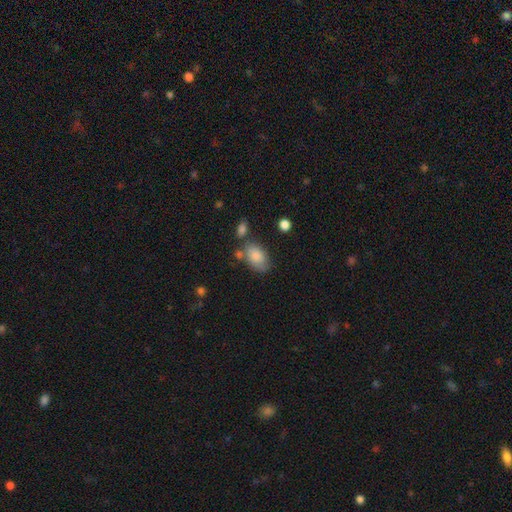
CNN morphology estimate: type=smooth (82%); roundness=in between (89%); merging=none (62%).